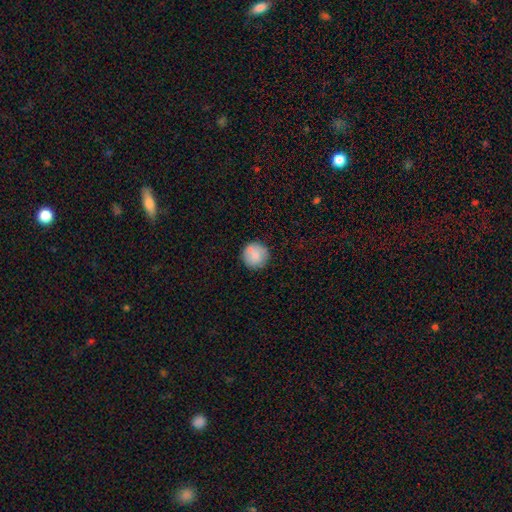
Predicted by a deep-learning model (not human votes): Smooth or featured: smooth — 79% (featured or disk — 13%)
How rounded: round — 95% (in between — 4%)
Merging: none — 81% (minor disturbance — 12%)